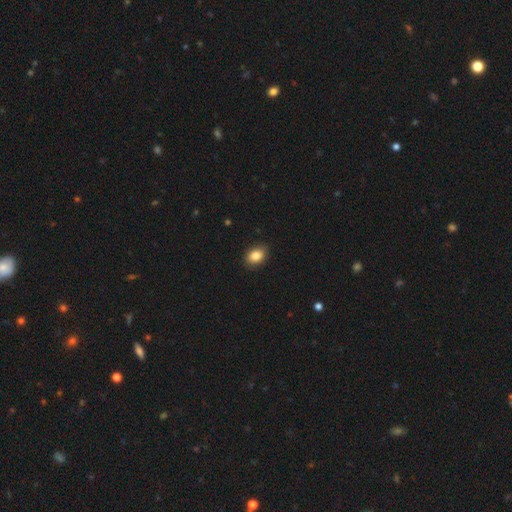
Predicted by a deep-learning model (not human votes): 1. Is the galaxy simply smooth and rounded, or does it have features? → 85% smooth, 9% star or artifact, 6% featured or disk.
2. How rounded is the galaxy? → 72% in between, 26% round, 1% cigar-shaped.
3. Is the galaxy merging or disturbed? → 87% none, 10% minor disturbance, 2% major disturbance, 1% merger.